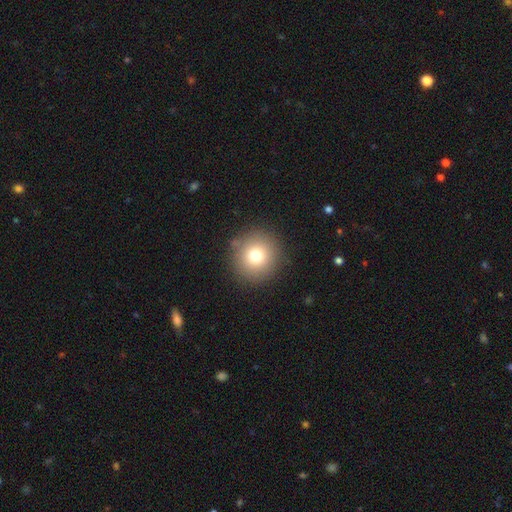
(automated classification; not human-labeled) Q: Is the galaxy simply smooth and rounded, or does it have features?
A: smooth — 76%.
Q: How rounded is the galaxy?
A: round — 94%.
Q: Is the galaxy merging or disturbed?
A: none — 88%.